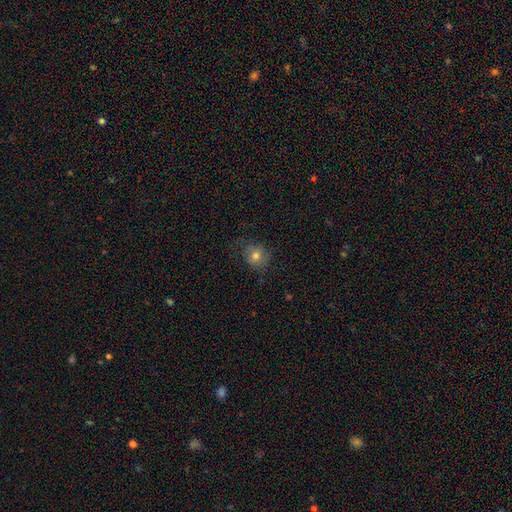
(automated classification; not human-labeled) smooth-or-featured: smooth: 76% | featured or disk: 13% | star or artifact: 12%
  how-rounded: round: 80% | in between: 20% | cigar-shaped: 1%
  merging: none: 71% | minor disturbance: 19% | major disturbance: 9% | merger: 1%